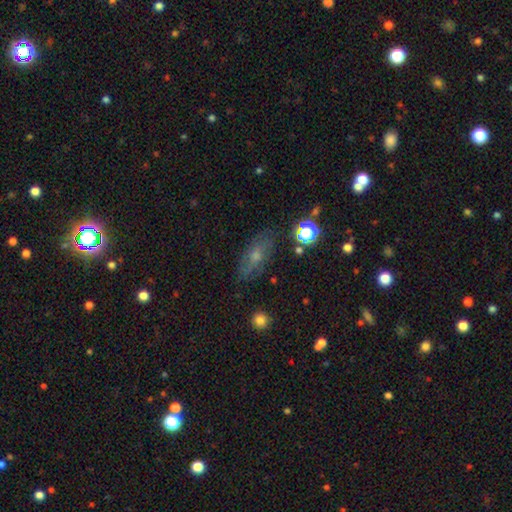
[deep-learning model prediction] Smooth or featured?
  - smooth: 45% *
  - featured or disk: 37%
  - star or artifact: 18%
Merging?
  - none: 78% *
  - minor disturbance: 15%
  - major disturbance: 5%
  - merger: 2%